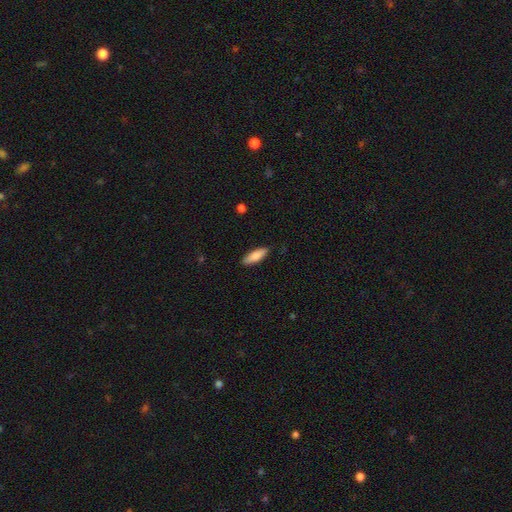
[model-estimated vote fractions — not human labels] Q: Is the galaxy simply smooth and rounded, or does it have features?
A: smooth — 83%.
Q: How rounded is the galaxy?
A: in between — 56%.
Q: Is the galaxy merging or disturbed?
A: none — 88%.